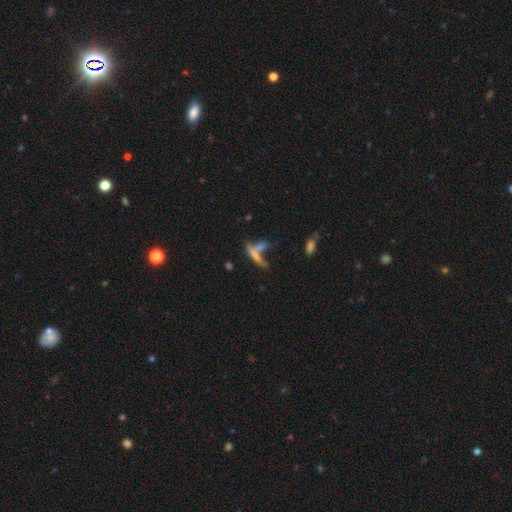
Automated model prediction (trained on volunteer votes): smooth_or_featured: smooth (p=0.52) [alt: featured or disk p=0.33]
how_rounded: cigar-shaped (p=0.69) [alt: in between p=0.26]
merging: merger (p=0.41) [alt: none p=0.34]